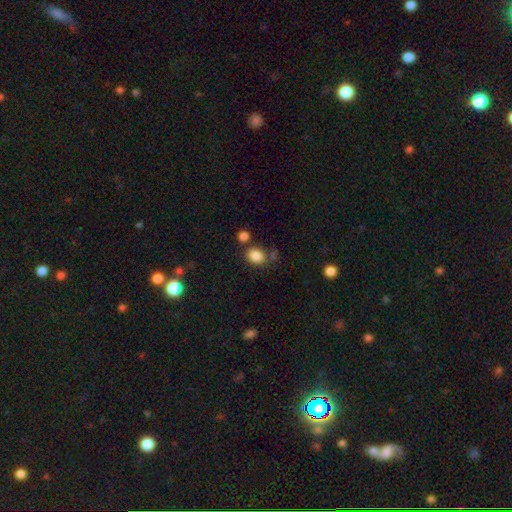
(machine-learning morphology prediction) This is clearly a smooth galaxy (85%). How rounded: possibly in between (52%). Merging: likely none (70%).